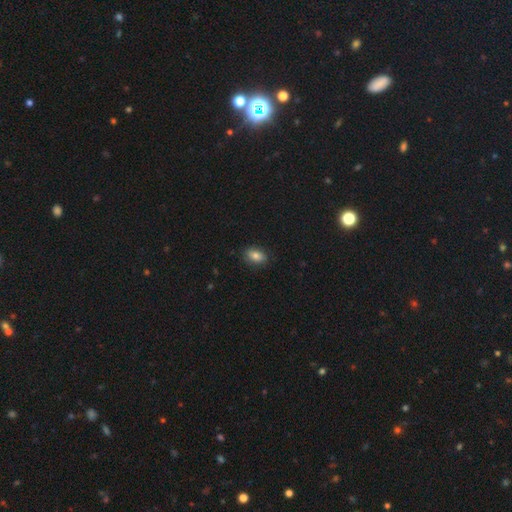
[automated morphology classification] Smooth or featured? smooth (79%)
How rounded? in between (85%)
Merging? none (83%)